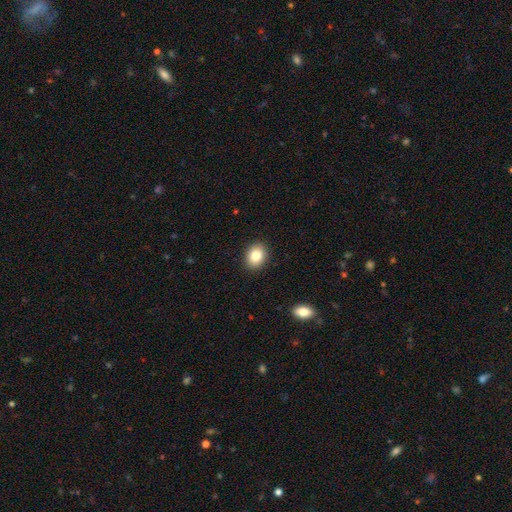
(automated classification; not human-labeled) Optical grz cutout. It shows a smooth galaxy with no disk features (83%) that is in between round and cigar-shaped (55%). Merging: none (91%).